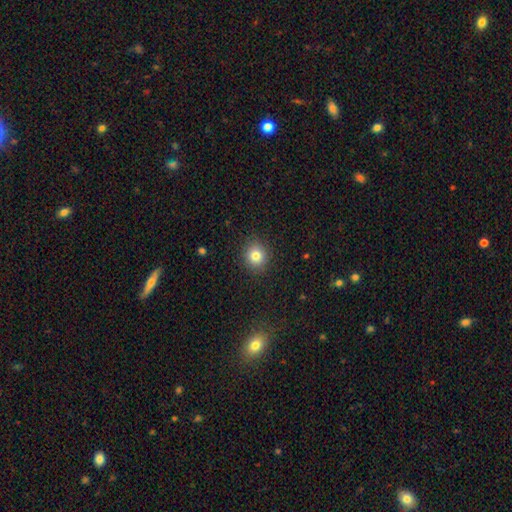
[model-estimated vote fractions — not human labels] Smooth or featured?
  - smooth: 81% *
  - star or artifact: 12%
  - featured or disk: 7%
How rounded?
  - round: 84% *
  - in between: 15%
  - cigar-shaped: 1%
Merging?
  - none: 89% *
  - minor disturbance: 7%
  - major disturbance: 2%
  - merger: 1%